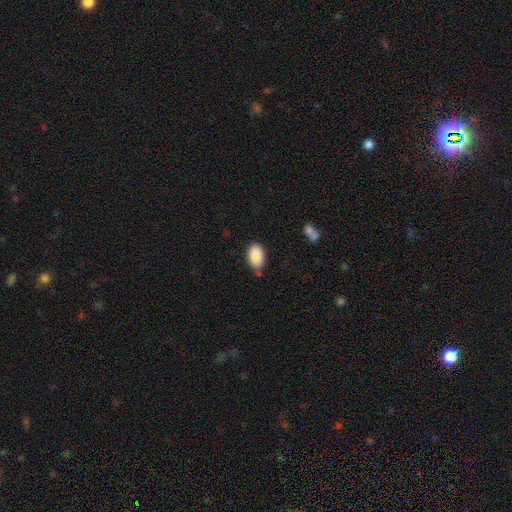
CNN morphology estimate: Smooth or featured?
  - smooth: 89% *
  - star or artifact: 7%
  - featured or disk: 4%
How rounded?
  - in between: 92% *
  - round: 6%
  - cigar-shaped: 1%
Merging?
  - none: 72% *
  - minor disturbance: 21%
  - merger: 4%
  - major disturbance: 3%